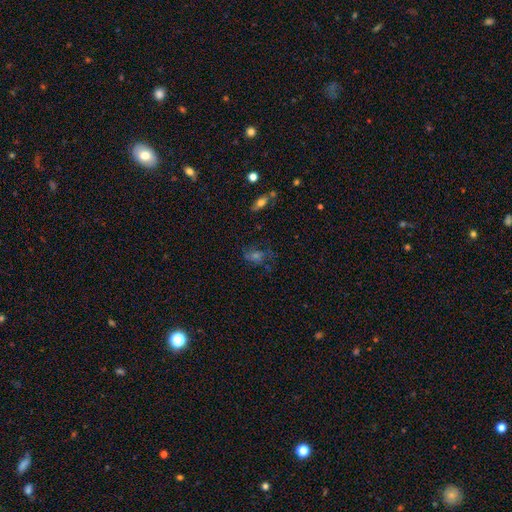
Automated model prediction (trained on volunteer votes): Smooth or featured? featured or disk (37%)
Merging? none (64%)